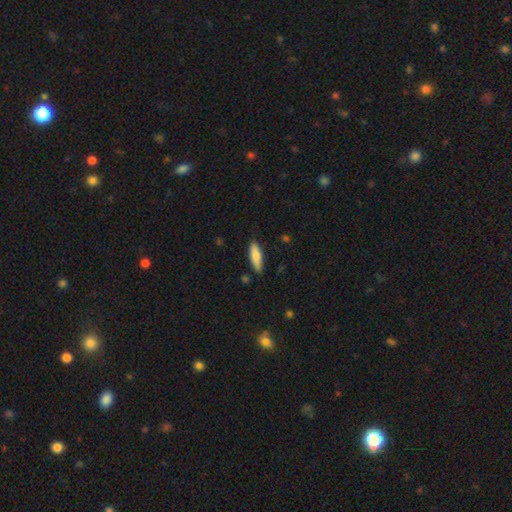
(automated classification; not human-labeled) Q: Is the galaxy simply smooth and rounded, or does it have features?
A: smooth — 77%.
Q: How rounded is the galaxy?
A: cigar-shaped — 53%.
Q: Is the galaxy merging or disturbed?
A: none — 86%.